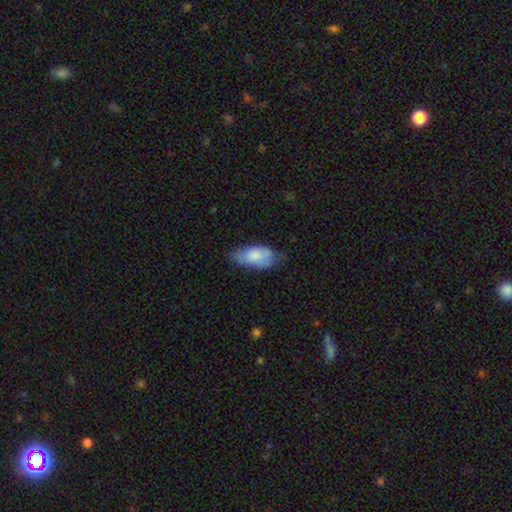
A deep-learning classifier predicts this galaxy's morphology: Overall: smooth (79%). How rounded: in between (91%). Merging: none (53%; minor disturbance 35%).